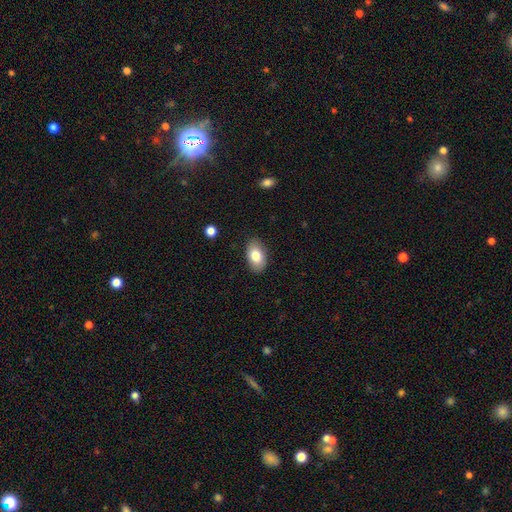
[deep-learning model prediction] The model was most divided on "smooth or featured": smooth: 80%, featured or disk: 12%, star or artifact: 7%. More confident: how rounded — in between (92%); merging — none (87%).